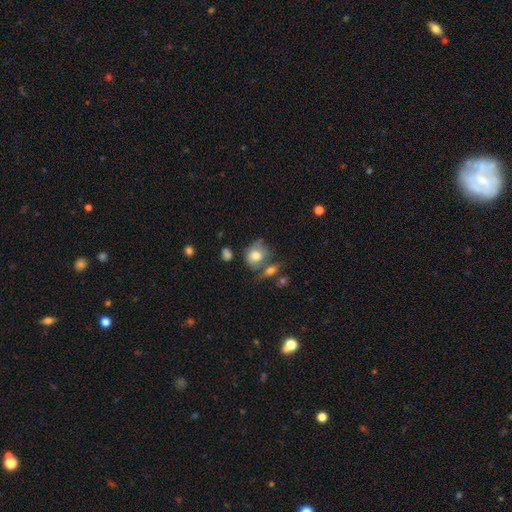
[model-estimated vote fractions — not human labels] This appears to be a smooth galaxy with no disk features (72%) that is round (64%). Merging: none (41%).